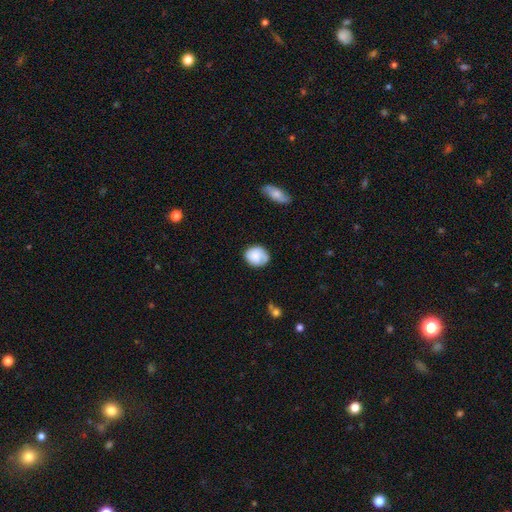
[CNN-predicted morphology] Q: Smooth or featured?
A: smooth (71%); runner-up: featured or disk (21%)
Q: How rounded?
A: round (65%); runner-up: in between (34%)
Q: Merging?
A: none (69%); runner-up: minor disturbance (23%)